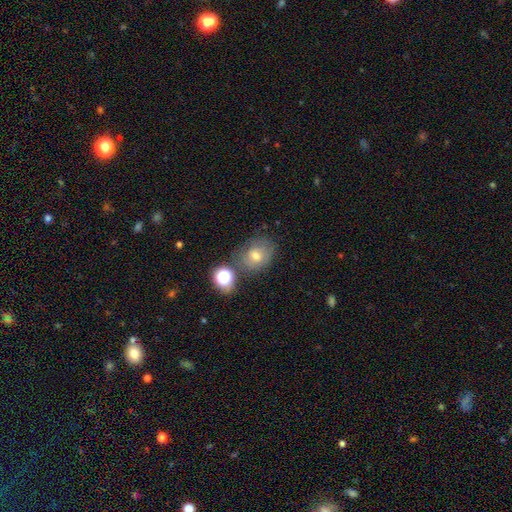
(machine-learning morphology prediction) Smooth or featured? smooth (60%)
How rounded? round (56%)
Merging? none (62%)